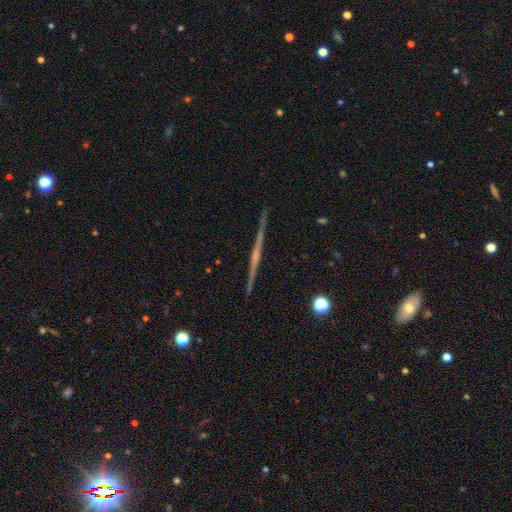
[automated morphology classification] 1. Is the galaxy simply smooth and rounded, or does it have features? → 80% featured or disk, 13% smooth, 7% star or artifact.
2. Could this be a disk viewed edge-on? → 99% yes, 1% no.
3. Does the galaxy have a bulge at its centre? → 48% rounded, 42% none, 10% boxy.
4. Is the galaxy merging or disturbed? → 93% none, 5% minor disturbance, 1% major disturbance, 1% merger.